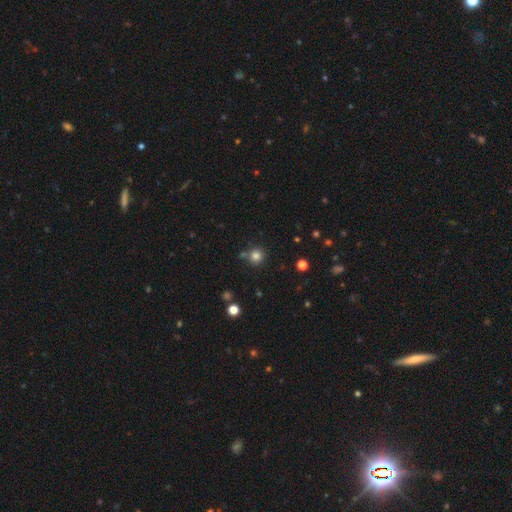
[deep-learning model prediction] Smooth or featured: smooth — 81% (star or artifact — 14%)
How rounded: round — 93% (in between — 6%)
Merging: none — 77% (merger — 10%)